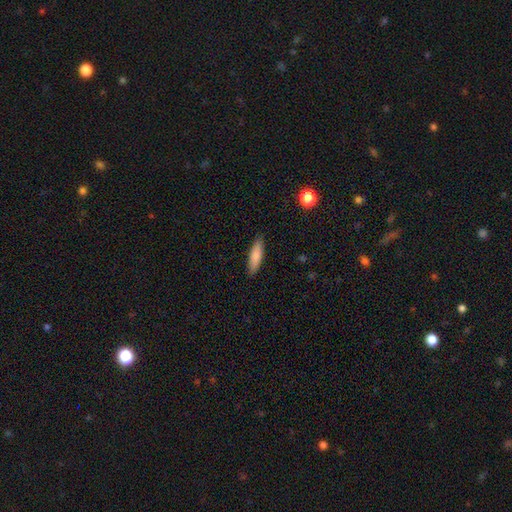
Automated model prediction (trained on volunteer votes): Morphology: type=smooth (84%); roundness=cigar-shaped (63%); merging=none (88%).